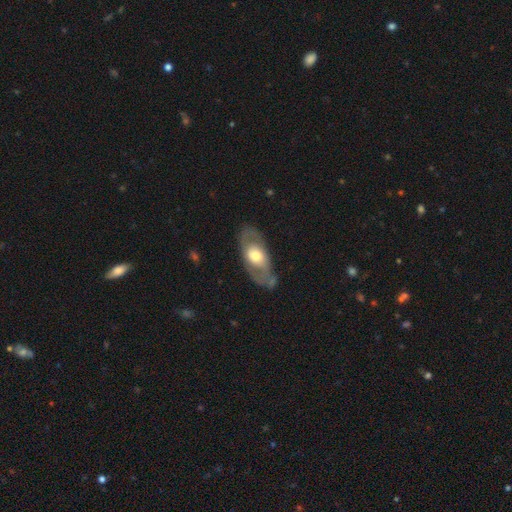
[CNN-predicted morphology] Overall: featured or disk (56%; smooth 39%). Edge-on disk: no (85%). Merging: none (73%).